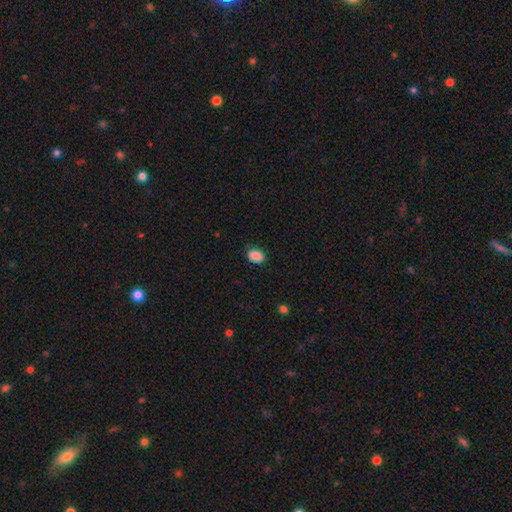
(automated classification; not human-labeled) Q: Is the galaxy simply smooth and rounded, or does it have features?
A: smooth — 89%.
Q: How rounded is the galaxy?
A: in between — 73%.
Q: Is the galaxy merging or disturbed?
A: none — 84%.